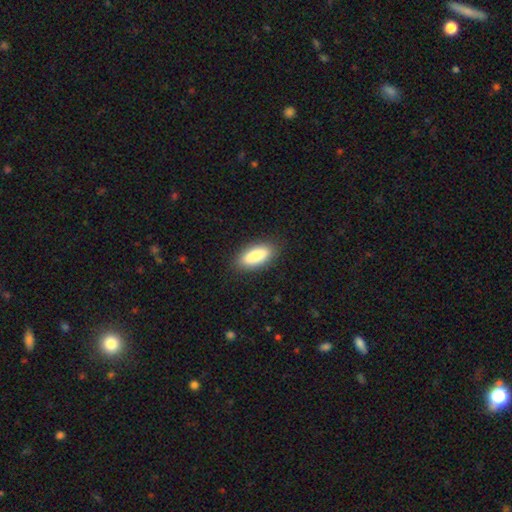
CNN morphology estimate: Overall: smooth (86%). How rounded: in between (82%). Merging: none (87%).